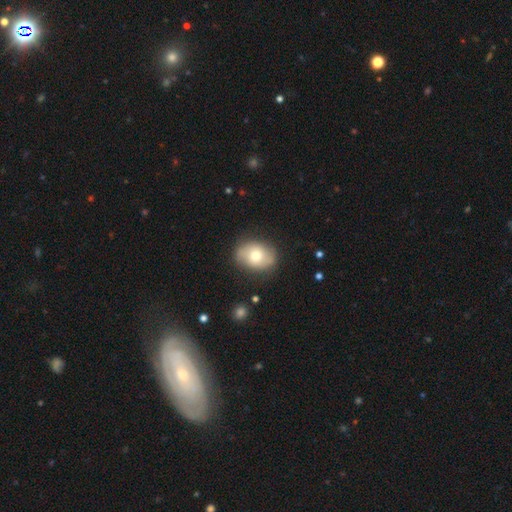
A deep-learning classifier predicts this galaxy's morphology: Smooth or featured? Predicted: smooth (p=0.63). How rounded? Predicted: in between (p=0.67). Merging? Predicted: none (p=0.80).